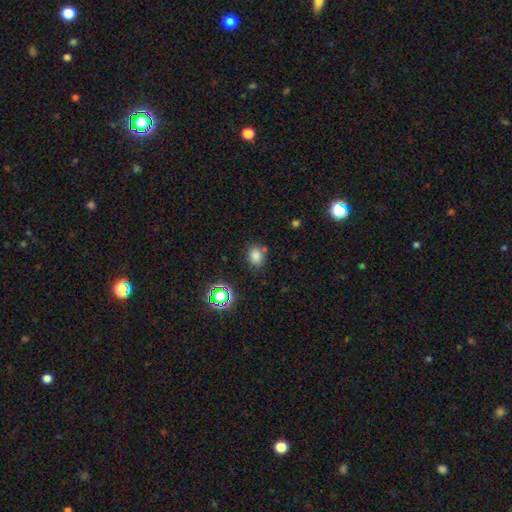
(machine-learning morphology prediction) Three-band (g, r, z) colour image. It shows a smooth galaxy with no disk features (78%) that is round (64%). Merging: none (75%).